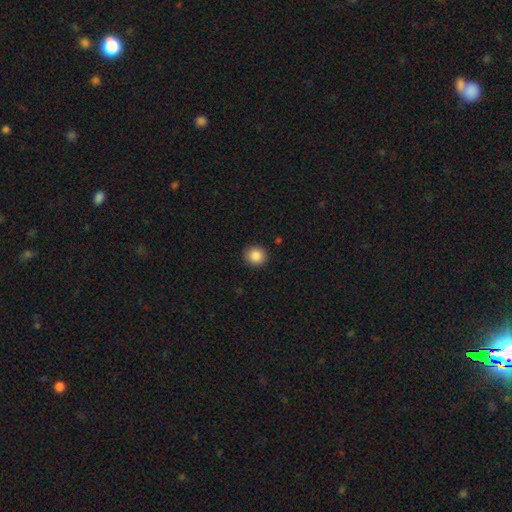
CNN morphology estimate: Smooth or featured: smooth — 87% (star or artifact — 9%)
How rounded: round — 88% (in between — 11%)
Merging: none — 91% (minor disturbance — 6%)